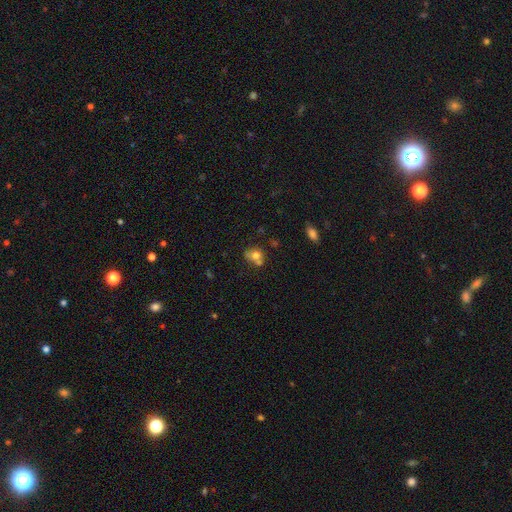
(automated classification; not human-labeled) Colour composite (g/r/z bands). It shows a smooth galaxy with no disk features (72%) that is round (60%). Merging: none (41%).